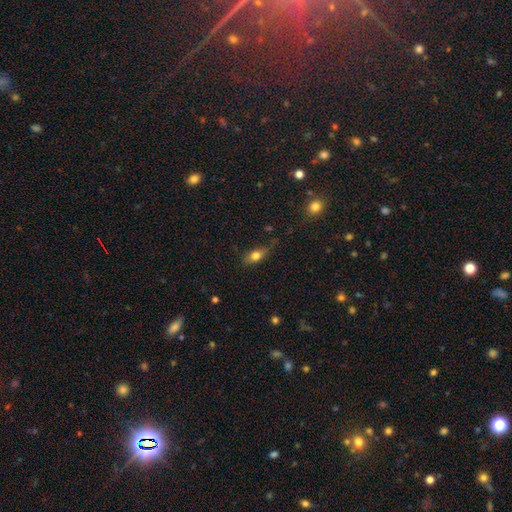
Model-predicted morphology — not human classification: The model was most divided on "merging": none: 69%, minor disturbance: 23%, major disturbance: 6%, merger: 2%. More confident: how rounded — in between (76%); smooth or featured — smooth (74%).